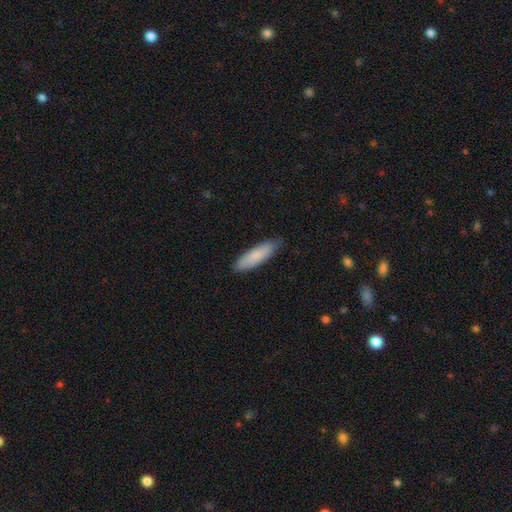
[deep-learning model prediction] Smooth or featured?
  - smooth: 81% *
  - featured or disk: 13%
  - star or artifact: 5%
How rounded?
  - cigar-shaped: 62% *
  - in between: 36%
  - round: 1%
Merging?
  - none: 83% *
  - minor disturbance: 14%
  - major disturbance: 2%
  - merger: 1%